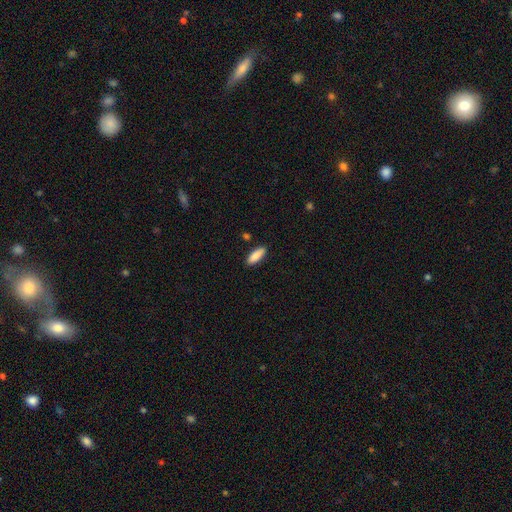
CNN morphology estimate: The model was most divided on "how rounded": in between: 63%, cigar-shaped: 36%, round: 2%. More confident: smooth or featured — smooth (88%); merging — none (87%).